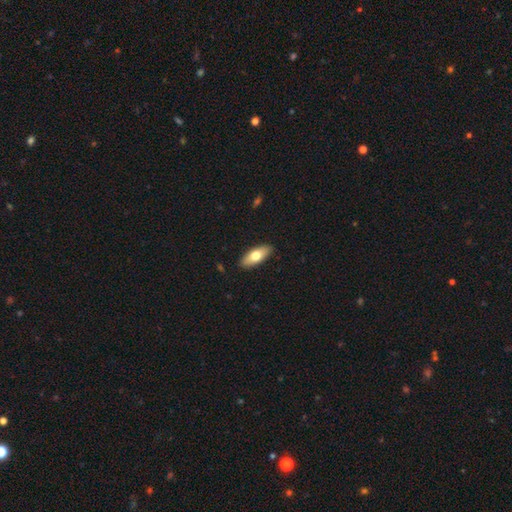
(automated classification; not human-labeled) Morphology: type=smooth (69%); roundness=in between (77%); merging=none (89%).